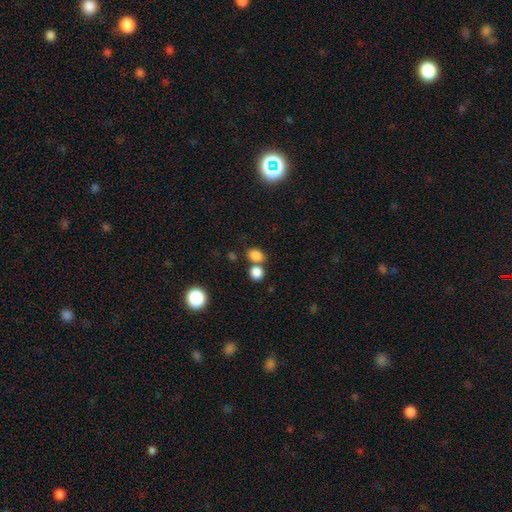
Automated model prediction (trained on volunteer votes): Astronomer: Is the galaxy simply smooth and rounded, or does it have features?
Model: smooth — 82%.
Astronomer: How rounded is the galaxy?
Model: round — 52% (runner-up: in between, 47%).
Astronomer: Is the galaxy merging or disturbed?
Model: none — 53% (runner-up: merger, 34%).